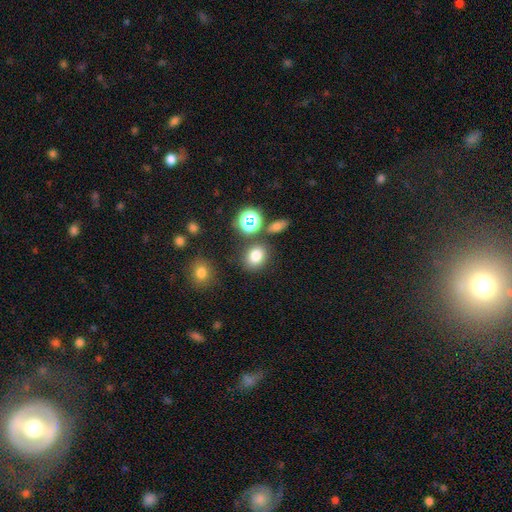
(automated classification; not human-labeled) This appears to be a smooth galaxy with no disk features (77%) that is round (57%). Merging: none (77%).